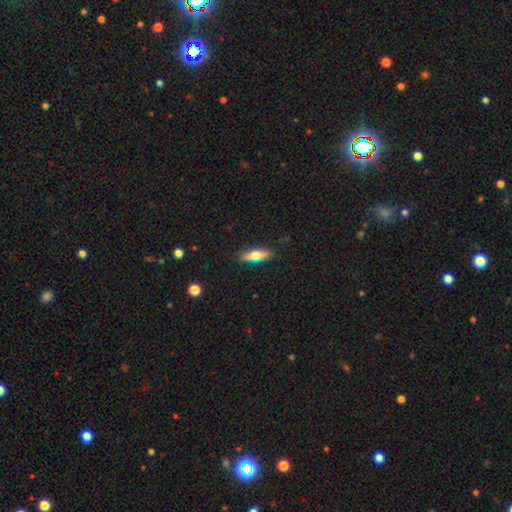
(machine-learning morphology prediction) Smooth or featured?
  - smooth: 61% *
  - featured or disk: 31%
  - star or artifact: 8%
How rounded?
  - cigar-shaped: 49% *
  - in between: 47%
  - round: 3%
Merging?
  - none: 82% *
  - minor disturbance: 13%
  - major disturbance: 3%
  - merger: 2%